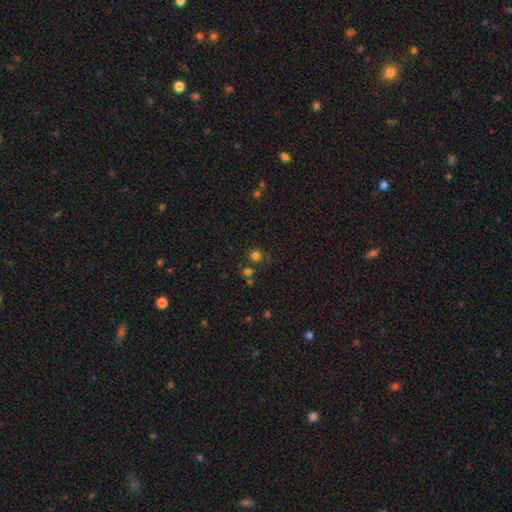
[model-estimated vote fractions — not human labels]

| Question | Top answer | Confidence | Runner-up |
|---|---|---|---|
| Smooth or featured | smooth | 75% | star or artifact (20%) |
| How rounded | round | 87% | in between (12%) |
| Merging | none | 74% | minor disturbance (11%) |